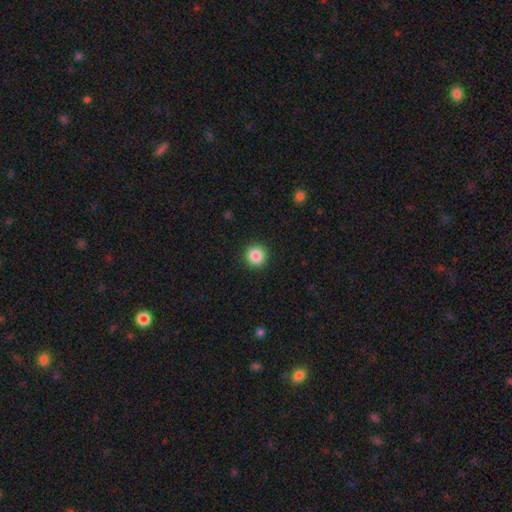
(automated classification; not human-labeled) smooth_or_featured: smooth (p=0.87) [alt: star or artifact p=0.09]
how_rounded: round (p=0.95) [alt: in between p=0.04]
merging: none (p=0.93) [alt: minor disturbance p=0.05]